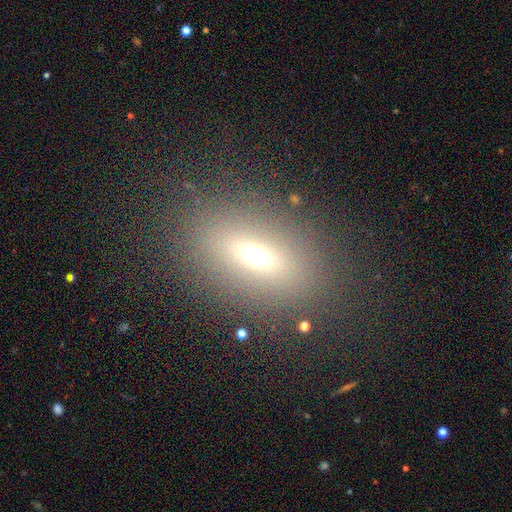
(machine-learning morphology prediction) This is possibly a smooth galaxy (60%). How rounded: likely in between (72%). Merging: clearly none (81%).